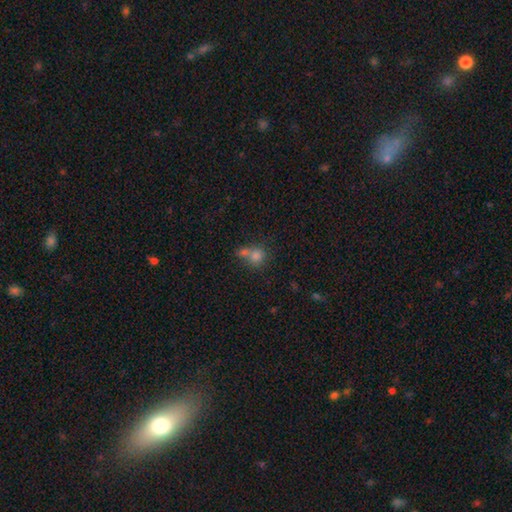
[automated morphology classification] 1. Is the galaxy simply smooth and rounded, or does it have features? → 76% smooth, 12% star or artifact, 12% featured or disk.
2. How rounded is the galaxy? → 78% round, 20% in between, 1% cigar-shaped.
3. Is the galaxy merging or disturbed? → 49% merger, 37% none, 9% minor disturbance, 4% major disturbance.